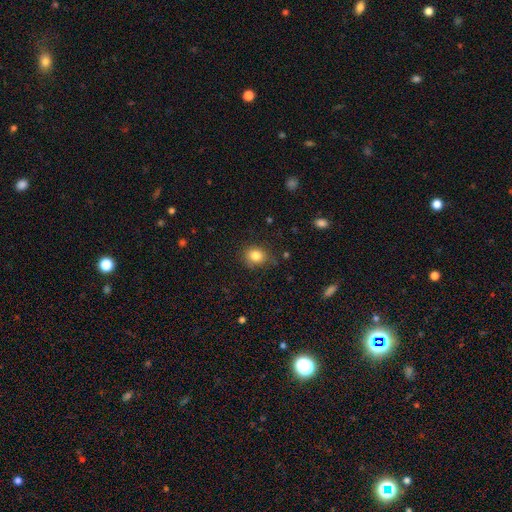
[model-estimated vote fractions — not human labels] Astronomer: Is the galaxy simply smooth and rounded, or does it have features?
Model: smooth — 83%.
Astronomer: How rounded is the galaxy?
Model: round — 66%.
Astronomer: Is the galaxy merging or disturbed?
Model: none — 74%.